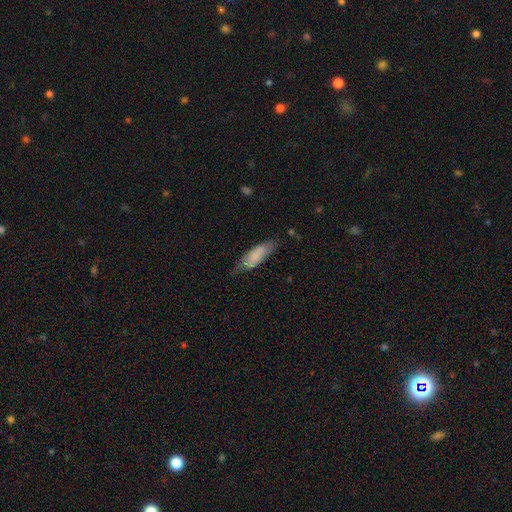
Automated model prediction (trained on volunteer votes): Q: Smooth or featured?
A: smooth (75%); runner-up: featured or disk (19%)
Q: How rounded?
A: in between (58%); runner-up: cigar-shaped (40%)
Q: Merging?
A: none (60%); runner-up: minor disturbance (30%)